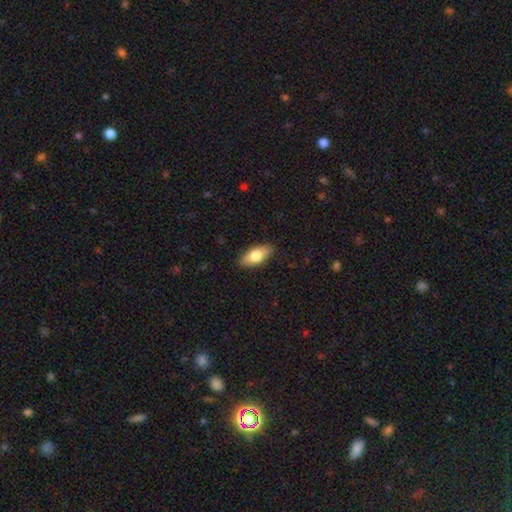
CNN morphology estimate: smooth_or_featured: smooth (p=0.79) [alt: featured or disk p=0.15]
how_rounded: in between (p=0.89) [alt: cigar-shaped p=0.08]
merging: none (p=0.88) [alt: minor disturbance p=0.09]